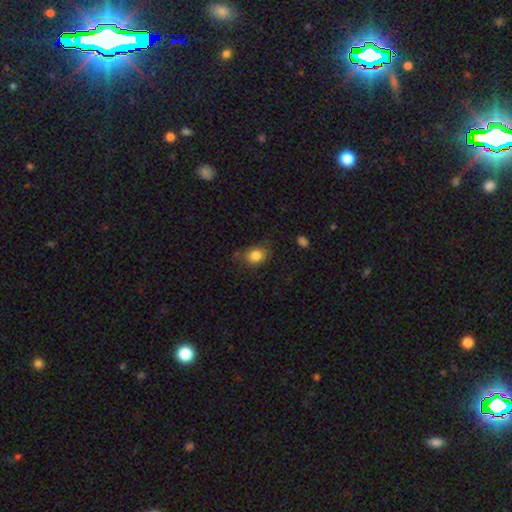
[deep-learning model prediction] Smooth or featured: smooth — 84% (star or artifact — 10%)
How rounded: in between — 51% (round — 48%)
Merging: none — 72% (minor disturbance — 20%)